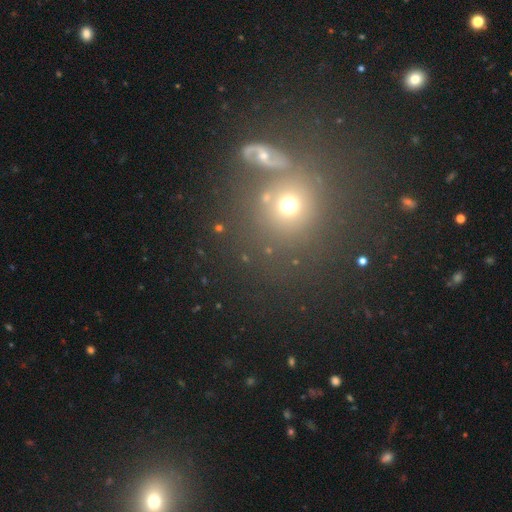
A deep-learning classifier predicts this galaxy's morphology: Smooth or featured? Predicted: smooth (p=0.51). How rounded? Predicted: round (p=0.88). Merging? Predicted: none (p=0.63).